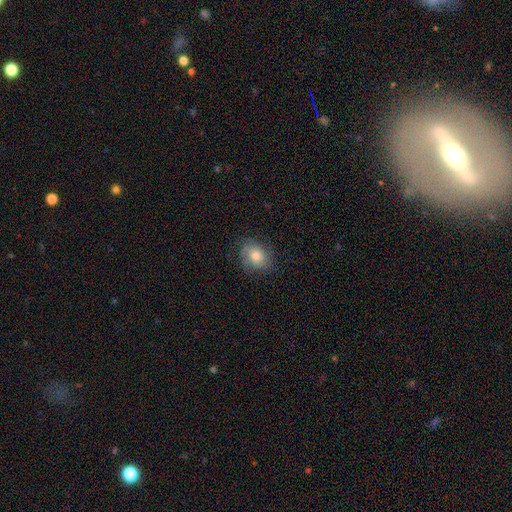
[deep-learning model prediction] The model was most divided on "how rounded": in between: 50%, round: 49%, cigar-shaped: 1%. More confident: merging — none (72%); smooth or featured — smooth (66%).